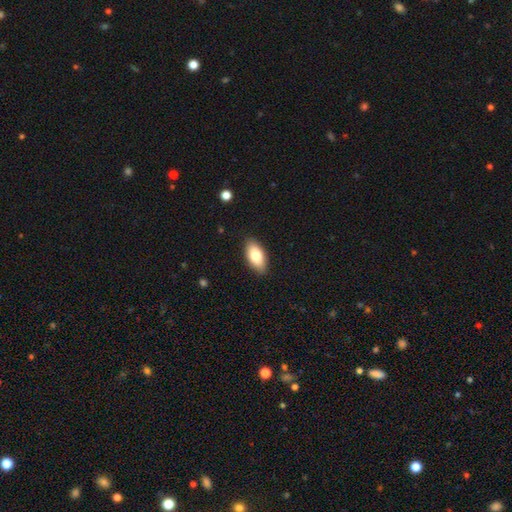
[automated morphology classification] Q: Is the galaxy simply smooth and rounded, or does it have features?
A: smooth — 81%.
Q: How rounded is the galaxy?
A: in between — 92%.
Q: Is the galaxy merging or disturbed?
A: none — 87%.